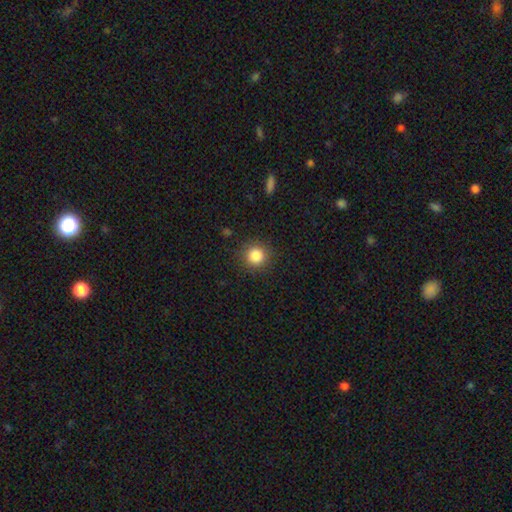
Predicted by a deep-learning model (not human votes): A smooth galaxy with no disk features (85%) that is round (94%). Merging: none (89%).